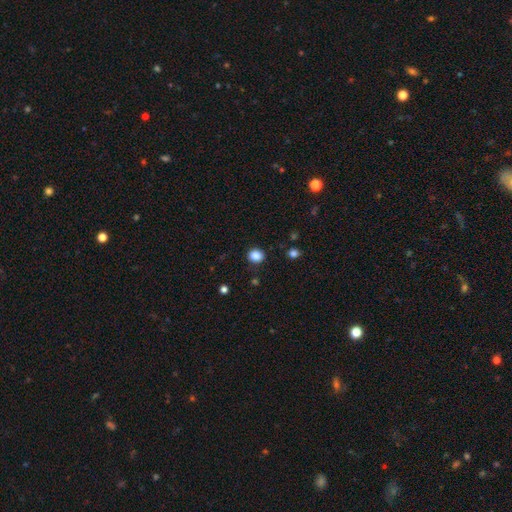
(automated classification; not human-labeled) Smooth or featured? Predicted: smooth (p=0.86). How rounded? Predicted: round (p=0.70). Merging? Predicted: none (p=0.88).